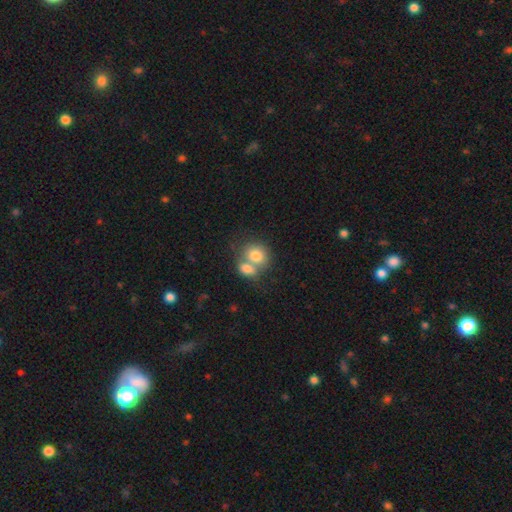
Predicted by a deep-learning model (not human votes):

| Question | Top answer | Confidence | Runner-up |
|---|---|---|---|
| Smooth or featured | smooth | 78% | featured or disk (14%) |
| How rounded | round | 60% | in between (39%) |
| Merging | merger | 61% | none (28%) |